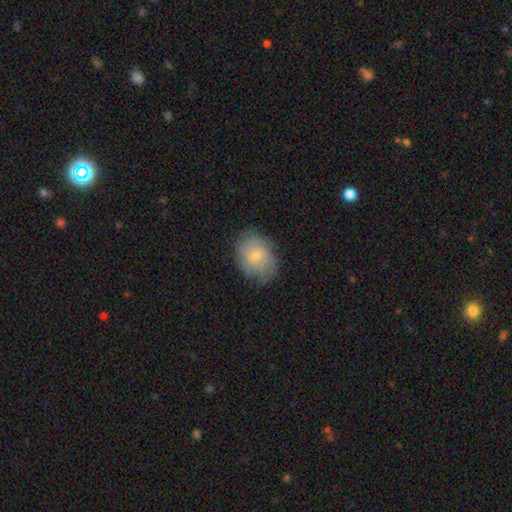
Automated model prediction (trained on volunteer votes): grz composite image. It shows a smooth galaxy with no disk features (58%) that is in between round and cigar-shaped (59%). Merging: none (68%).